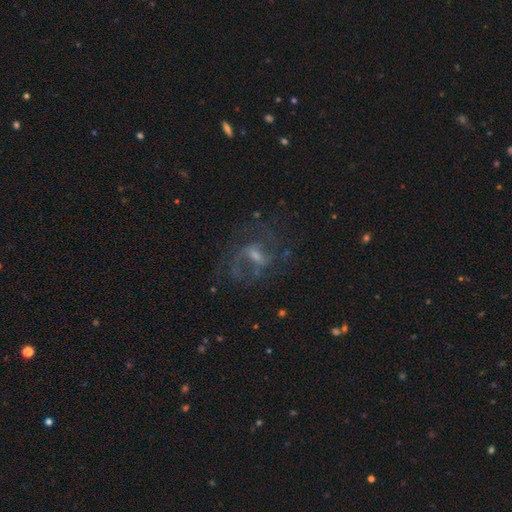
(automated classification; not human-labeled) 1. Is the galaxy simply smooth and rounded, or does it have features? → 79% featured or disk, 11% smooth, 10% star or artifact.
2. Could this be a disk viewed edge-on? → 97% no, 3% yes.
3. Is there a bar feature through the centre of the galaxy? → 56% weak, 24% strong, 20% no.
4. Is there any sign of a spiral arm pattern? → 88% yes, 12% no.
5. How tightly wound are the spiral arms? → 49% medium, 35% loose, 16% tight.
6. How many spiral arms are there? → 60% 2, 18% can't tell, 10% 3, 6% 1, 3% 4, 3% more than 4.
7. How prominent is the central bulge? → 49% small, 34% moderate, 12% none, 4% large, 1% dominant.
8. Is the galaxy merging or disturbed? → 59% none, 22% major disturbance, 17% minor disturbance, 2% merger.